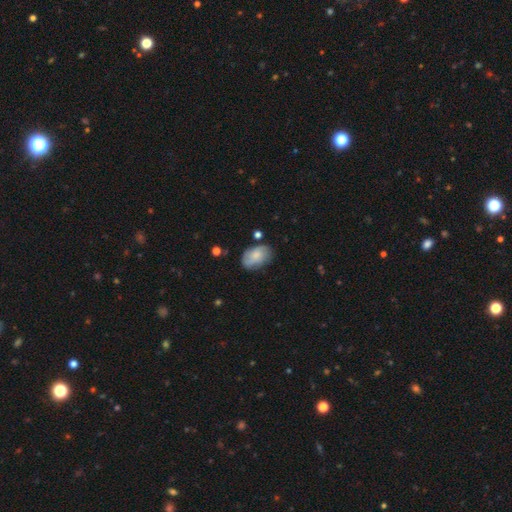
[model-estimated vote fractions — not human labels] smooth-or-featured: smooth: 67% | featured or disk: 26% | star or artifact: 7%
  how-rounded: in between: 88% | round: 11% | cigar-shaped: 1%
  merging: none: 71% | minor disturbance: 21% | major disturbance: 5% | merger: 3%